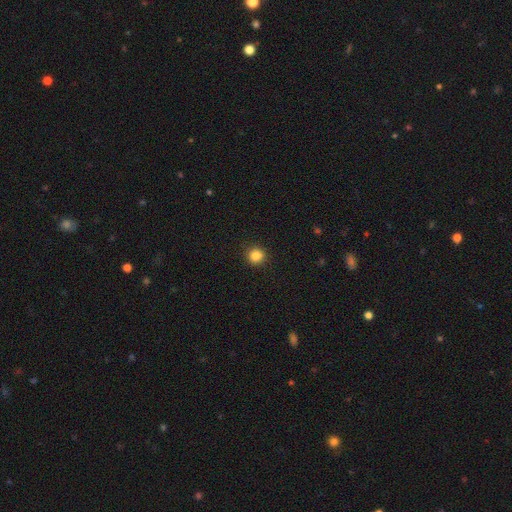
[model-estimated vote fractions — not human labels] Smooth or featured?
  - smooth: 85% *
  - star or artifact: 11%
  - featured or disk: 3%
How rounded?
  - round: 90% *
  - in between: 9%
  - cigar-shaped: 1%
Merging?
  - none: 91% *
  - minor disturbance: 6%
  - major disturbance: 2%
  - merger: 1%